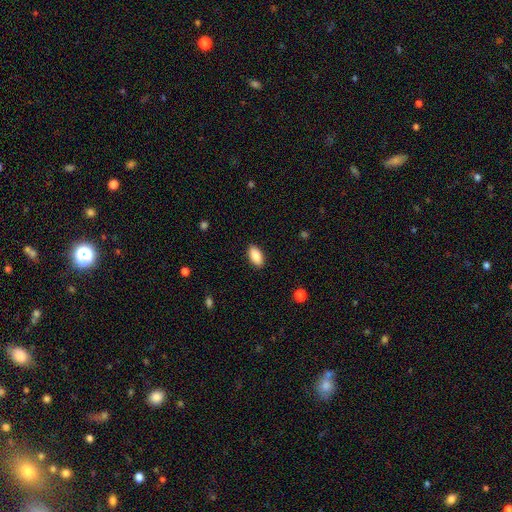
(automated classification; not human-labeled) Smooth or featured? smooth (87%)
How rounded? in between (93%)
Merging? none (89%)